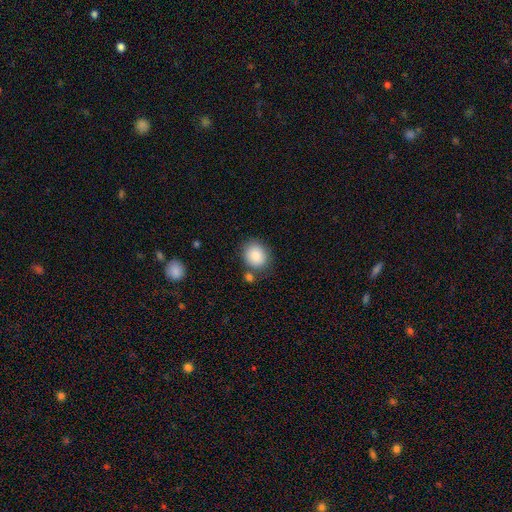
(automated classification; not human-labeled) Q: Smooth or featured?
A: smooth (85%); runner-up: star or artifact (8%)
Q: How rounded?
A: round (63%); runner-up: in between (36%)
Q: Merging?
A: none (73%); runner-up: minor disturbance (14%)